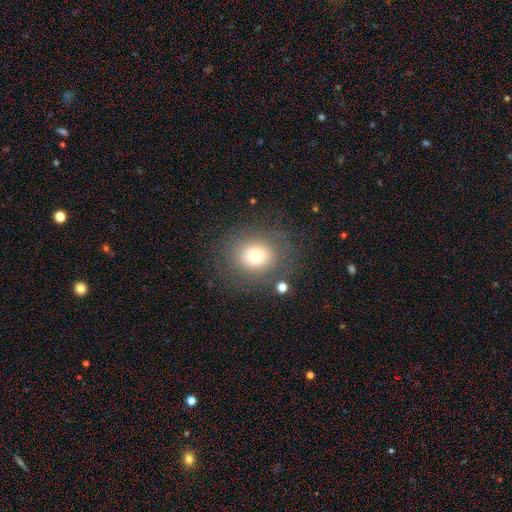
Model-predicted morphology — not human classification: smooth-or-featured: smooth: 66% | featured or disk: 20% | star or artifact: 14%
  how-rounded: round: 70% | in between: 29% | cigar-shaped: 1%
  merging: none: 78% | minor disturbance: 12% | major disturbance: 8% | merger: 3%